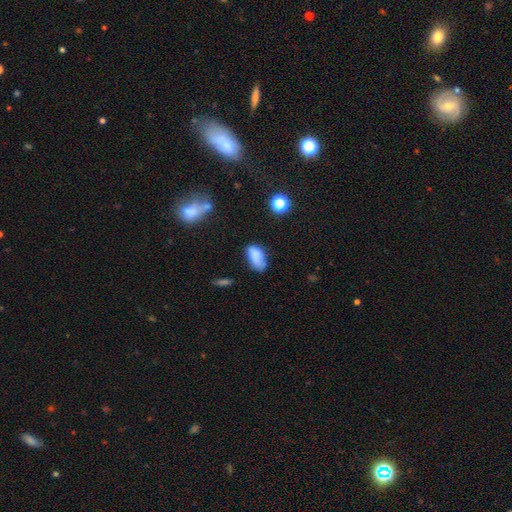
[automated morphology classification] Smooth or featured? smooth (81%)
How rounded? in between (92%)
Merging? none (52%)